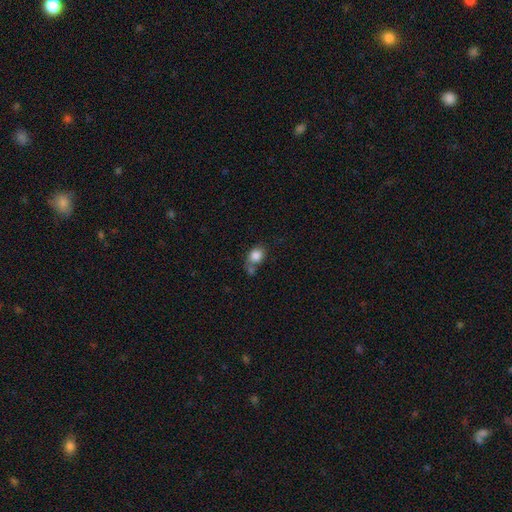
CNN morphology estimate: Smooth or featured? smooth (83%)
How rounded? round (54%)
Merging? none (42%)